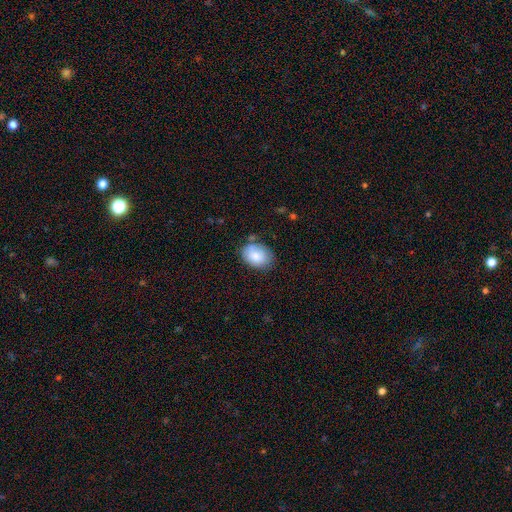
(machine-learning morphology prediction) smooth-or-featured: smooth: 82% | featured or disk: 11% | star or artifact: 7%
  how-rounded: in between: 78% | round: 21% | cigar-shaped: 1%
  merging: none: 72% | minor disturbance: 20% | major disturbance: 4% | merger: 3%